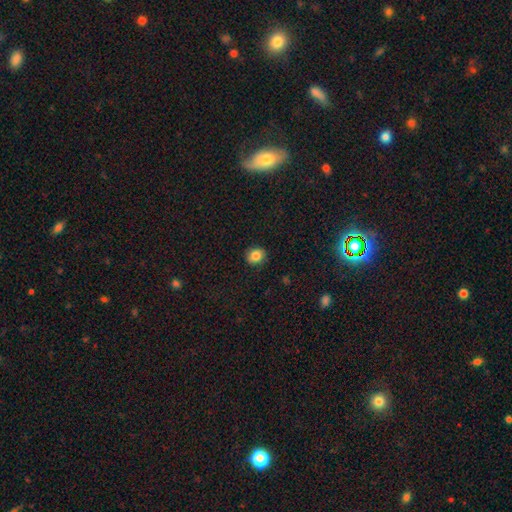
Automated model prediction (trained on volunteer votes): Q: Smooth or featured?
A: smooth (85%); runner-up: star or artifact (10%)
Q: How rounded?
A: round (72%); runner-up: in between (27%)
Q: Merging?
A: none (89%); runner-up: minor disturbance (8%)